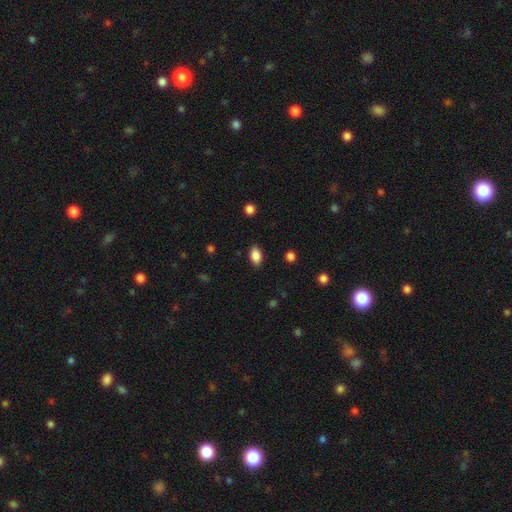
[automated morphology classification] This appears to be a smooth galaxy with no disk features (86%) that is in between round and cigar-shaped (90%). Merging: none (87%).